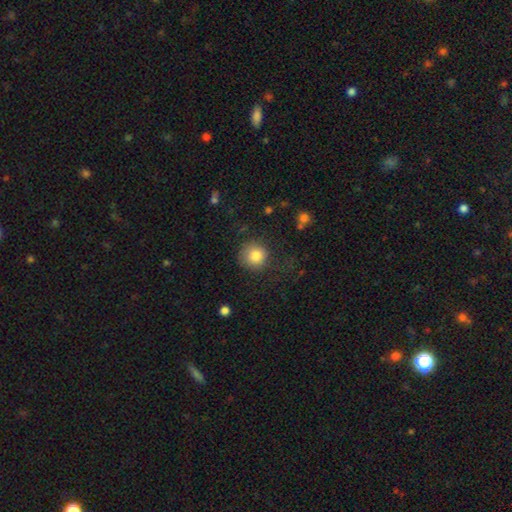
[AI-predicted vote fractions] Smooth or featured? smooth (82%)
How rounded? round (92%)
Merging? none (77%)